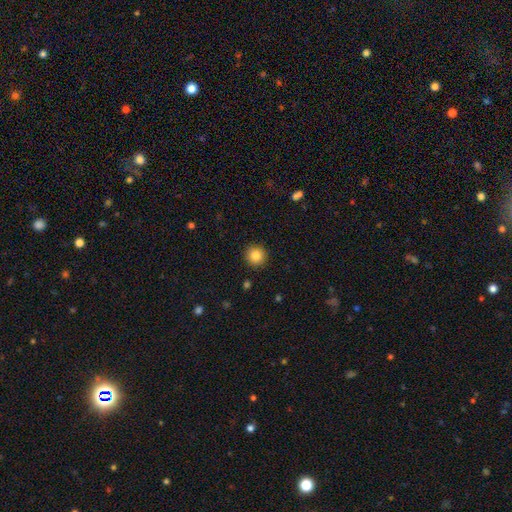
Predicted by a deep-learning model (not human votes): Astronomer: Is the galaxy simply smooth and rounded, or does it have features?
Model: smooth — 85%.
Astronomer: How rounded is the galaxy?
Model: round — 95%.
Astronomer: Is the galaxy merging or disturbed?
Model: none — 92%.